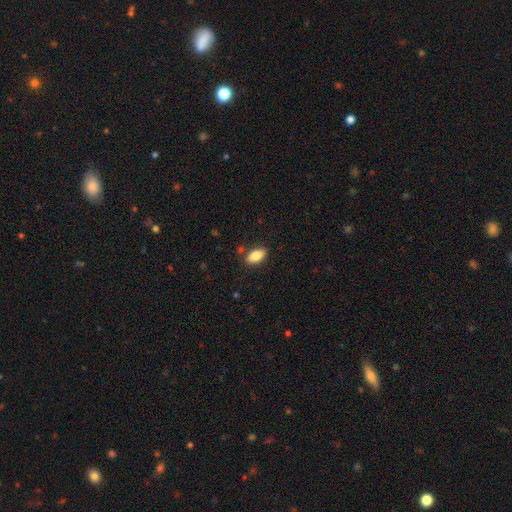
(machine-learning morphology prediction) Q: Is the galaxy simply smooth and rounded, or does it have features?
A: smooth — 83%.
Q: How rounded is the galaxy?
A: in between — 89%.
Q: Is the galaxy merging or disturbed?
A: none — 85%.